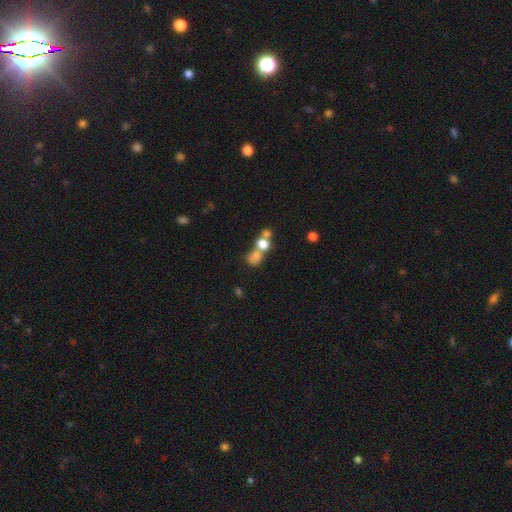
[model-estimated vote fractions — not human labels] Smooth or featured?
  - smooth: 65% *
  - star or artifact: 19%
  - featured or disk: 16%
How rounded?
  - round: 62% *
  - in between: 35%
  - cigar-shaped: 3%
Merging?
  - merger: 50% *
  - none: 33%
  - minor disturbance: 9%
  - major disturbance: 8%